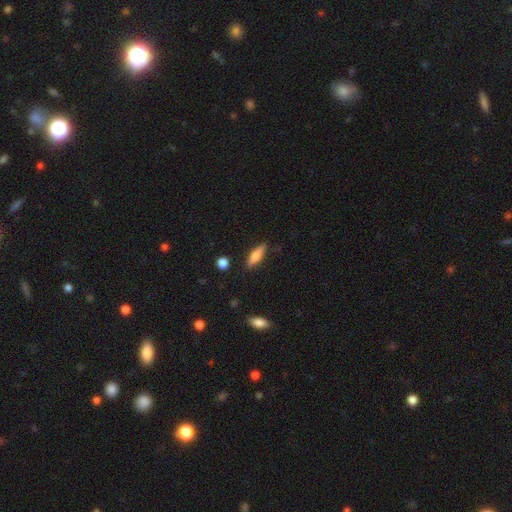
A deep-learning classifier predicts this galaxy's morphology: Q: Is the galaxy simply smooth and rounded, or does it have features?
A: smooth — 70%.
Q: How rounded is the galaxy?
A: cigar-shaped — 56%.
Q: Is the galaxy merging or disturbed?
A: none — 83%.